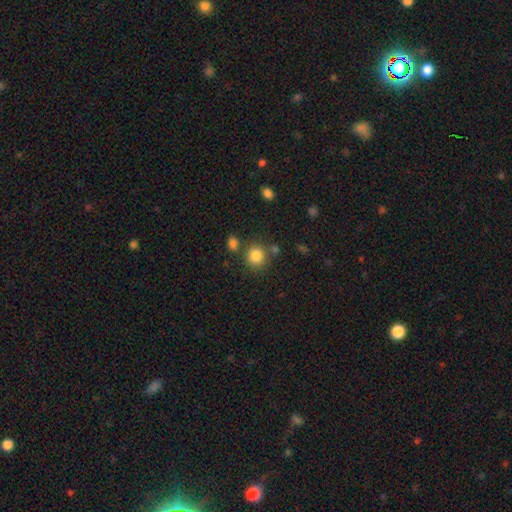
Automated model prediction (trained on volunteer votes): A smooth galaxy with no disk features (84%) that is round (87%). Merging: none (75%).